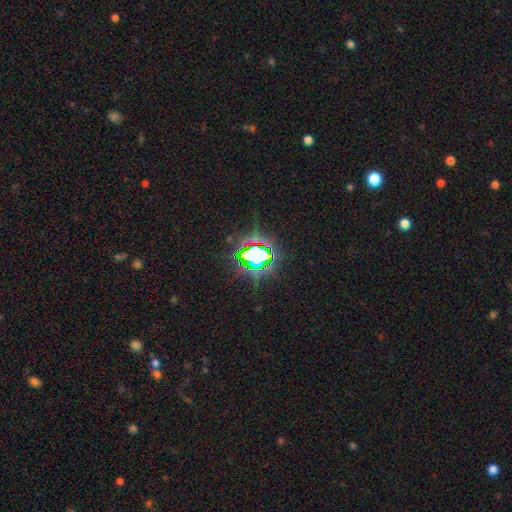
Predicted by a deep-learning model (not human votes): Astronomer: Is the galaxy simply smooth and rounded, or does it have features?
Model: star or artifact — 72%.